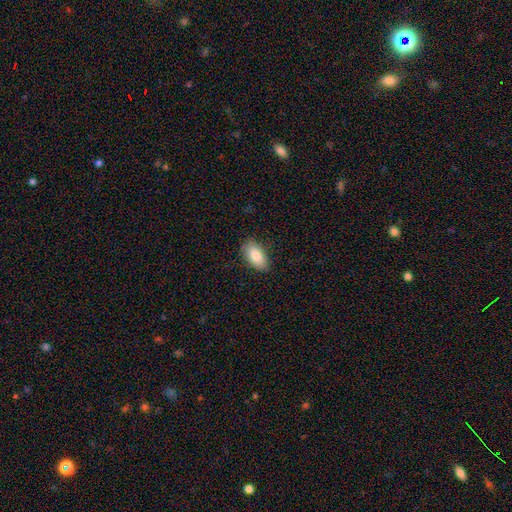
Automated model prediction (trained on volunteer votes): smooth_or_featured: smooth (p=0.85) [alt: featured or disk p=0.09]
how_rounded: in between (p=0.94) [alt: round p=0.03]
merging: none (p=0.83) [alt: minor disturbance p=0.13]